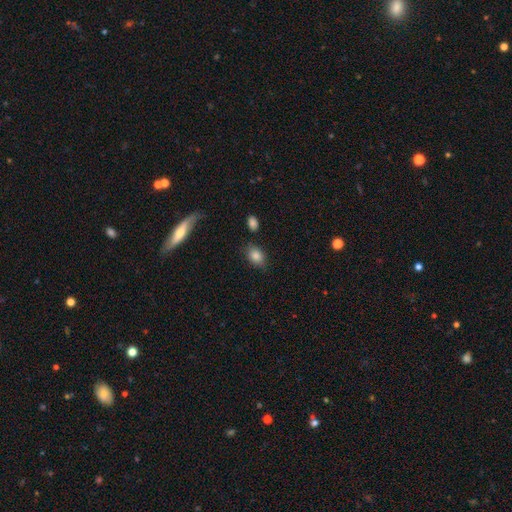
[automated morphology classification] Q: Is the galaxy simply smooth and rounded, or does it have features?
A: smooth — 85%.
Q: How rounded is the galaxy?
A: in between — 79%.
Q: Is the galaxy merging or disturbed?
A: none — 79%.